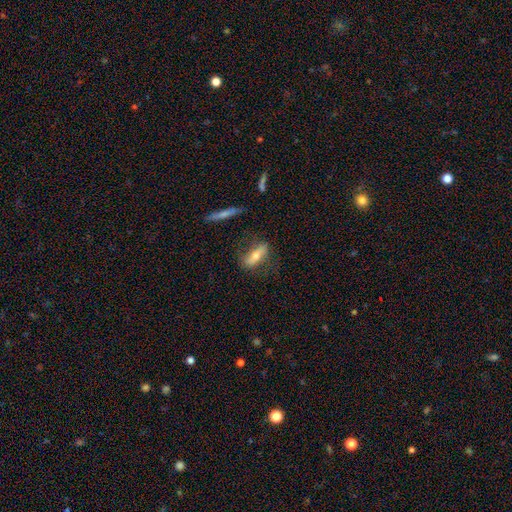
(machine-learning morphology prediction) The model was most divided on "smooth or featured": featured or disk: 51%, smooth: 41%, star or artifact: 9%. More confident: merging — none (69%); edge-on disk — no (57%).